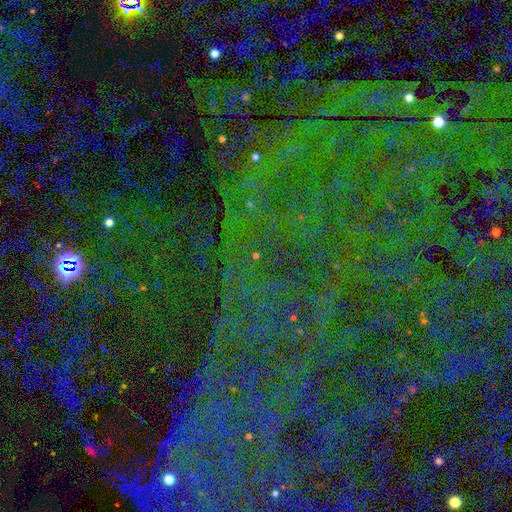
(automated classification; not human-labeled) A star or artifact, not a galaxy (79%).